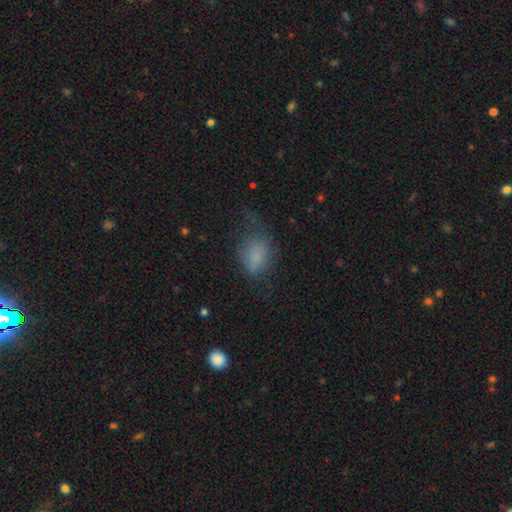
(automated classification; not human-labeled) Smooth or featured? Predicted: smooth (p=0.72). How rounded? Predicted: in between (p=0.77). Merging? Predicted: major disturbance (p=0.37).